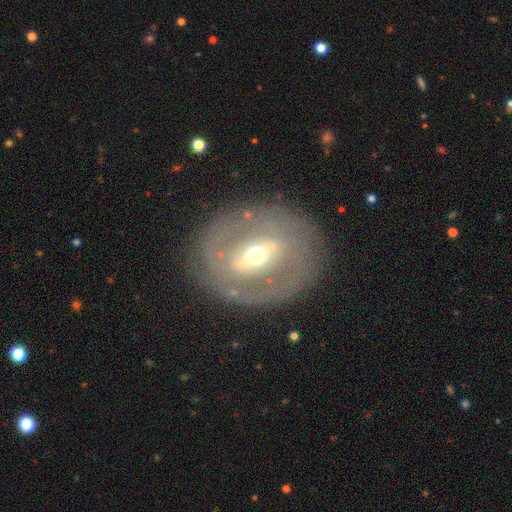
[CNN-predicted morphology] smooth_or_featured: featured or disk (p=0.76) [alt: smooth p=0.18]
disk_edge_on: no (p=0.91) [alt: yes p=0.09]
bar: strong (p=0.55) [alt: weak p=0.30]
has_spiral_arms: no (p=0.57) [alt: yes p=0.43]
bulge_size: moderate (p=0.62) [alt: small p=0.29]
merging: none (p=0.81) [alt: minor disturbance p=0.11]